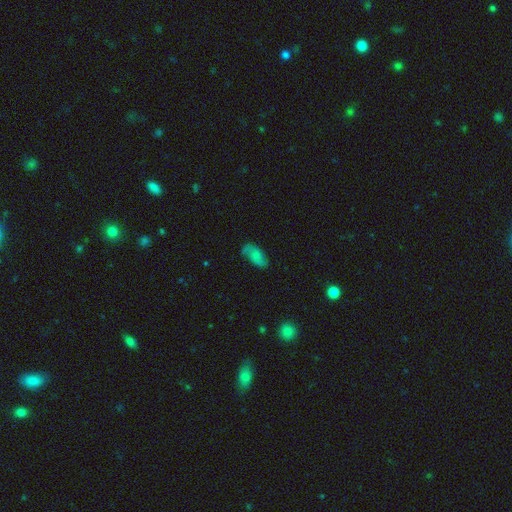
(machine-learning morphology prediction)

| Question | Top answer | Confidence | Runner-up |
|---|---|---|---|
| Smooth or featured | smooth | 53% | featured or disk (37%) |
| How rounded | in between | 90% | cigar-shaped (7%) |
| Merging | none | 62% | minor disturbance (25%) |